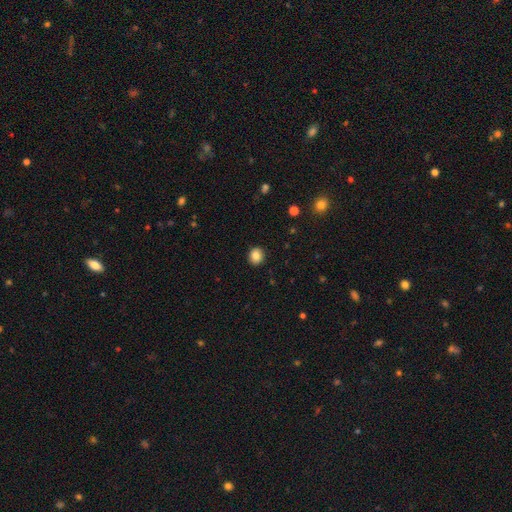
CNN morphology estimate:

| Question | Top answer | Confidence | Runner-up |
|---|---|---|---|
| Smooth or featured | smooth | 84% | star or artifact (10%) |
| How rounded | round | 83% | in between (16%) |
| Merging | none | 91% | minor disturbance (6%) |